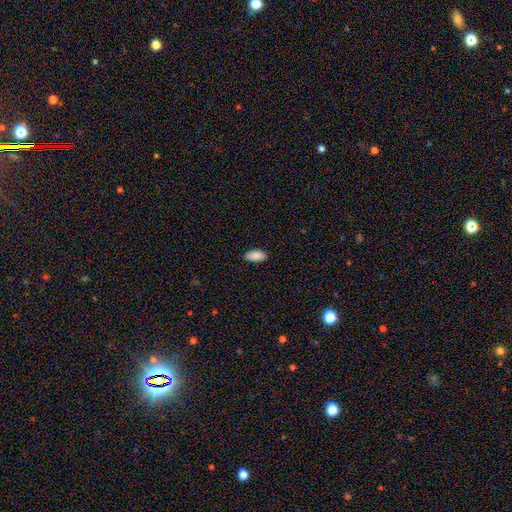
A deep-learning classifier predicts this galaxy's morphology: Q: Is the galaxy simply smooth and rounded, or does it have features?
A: smooth — 89%.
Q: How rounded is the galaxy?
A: in between — 94%.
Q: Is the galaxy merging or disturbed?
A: none — 87%.